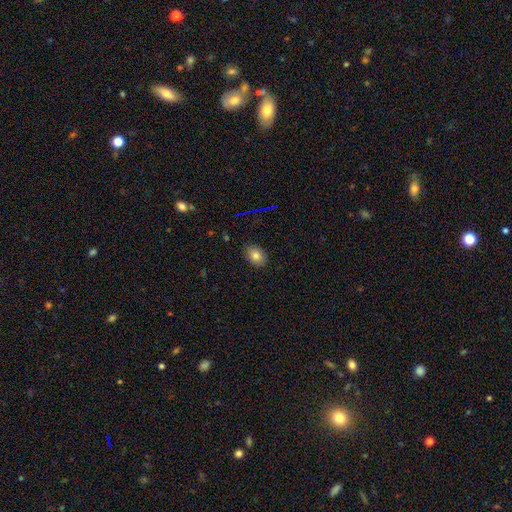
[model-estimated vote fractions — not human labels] A smooth galaxy with no disk features (80%) that is in between round and cigar-shaped (78%). Merging: none (87%).